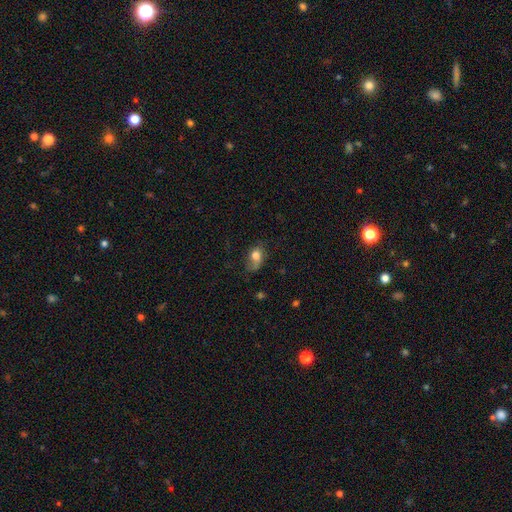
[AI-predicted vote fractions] Smooth or featured?
  - smooth: 72% *
  - featured or disk: 18%
  - star or artifact: 9%
How rounded?
  - in between: 78% *
  - round: 20%
  - cigar-shaped: 2%
Merging?
  - none: 49% *
  - minor disturbance: 33%
  - major disturbance: 16%
  - merger: 2%